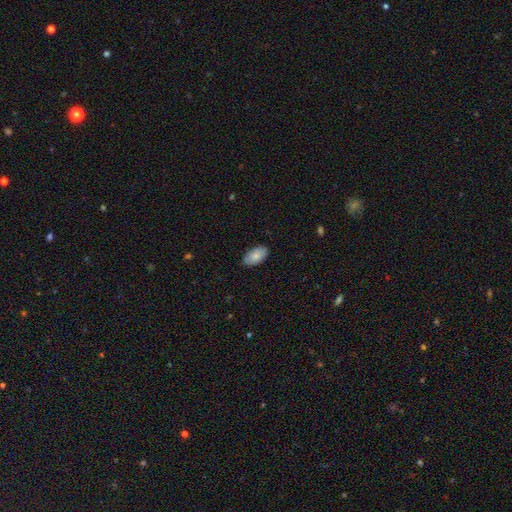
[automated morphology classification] A smooth galaxy with no disk features (82%) that is in between round and cigar-shaped (95%).

Vote fractions:
- Smooth or featured? smooth: 82% / featured or disk: 11% / star or artifact: 6%
- How rounded? in between: 95% / round: 3% / cigar-shaped: 2%
- Merging? none: 83% / minor disturbance: 14% / major disturbance: 2% / merger: 1%